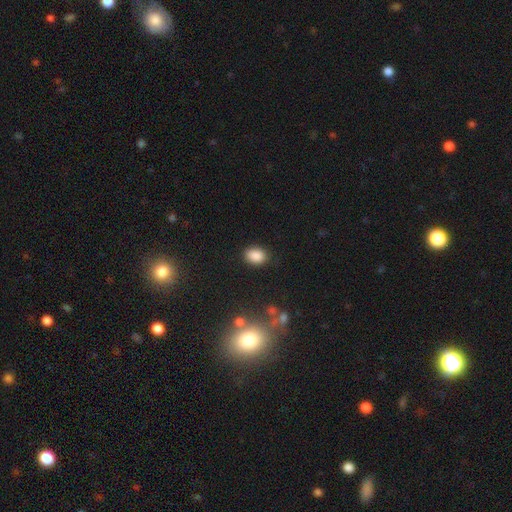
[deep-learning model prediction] Q: Smooth or featured?
A: smooth (86%); runner-up: star or artifact (9%)
Q: How rounded?
A: in between (78%); runner-up: round (21%)
Q: Merging?
A: none (85%); runner-up: minor disturbance (11%)